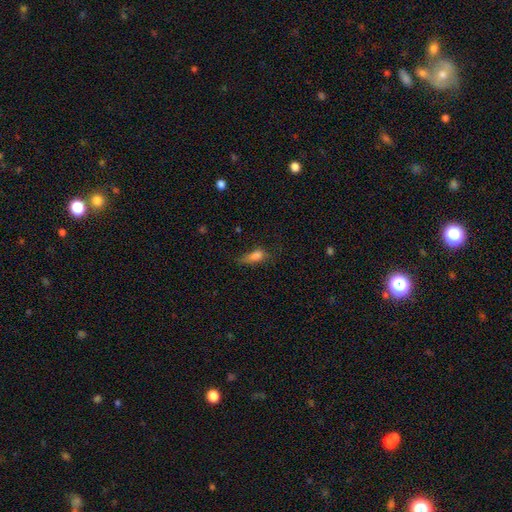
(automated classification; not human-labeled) smooth 75%, featured or disk 13%, star or artifact 12%. Down the decision tree: how rounded — in between (68%); merging — none (34%).